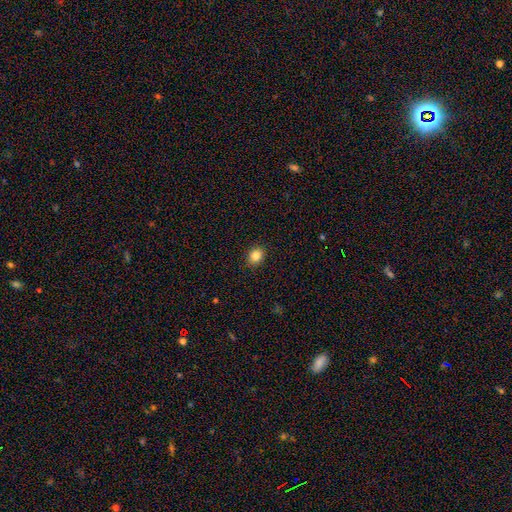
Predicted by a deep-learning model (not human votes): Morphology: type=smooth (85%); roundness=round (63%); merging=none (90%).